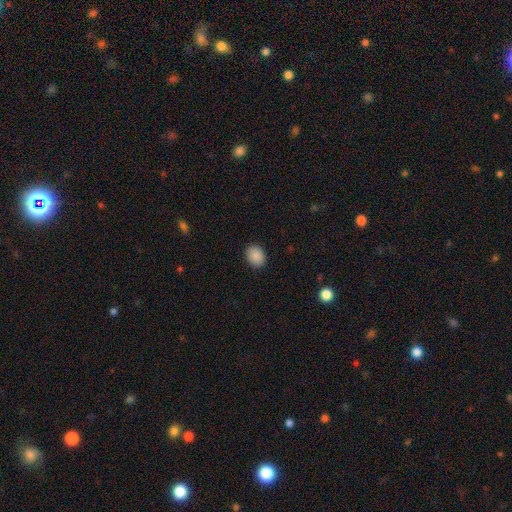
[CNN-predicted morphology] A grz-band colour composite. It shows a smooth galaxy with no disk features (89%) that is in between round and cigar-shaped (60%). Merging: none (89%).